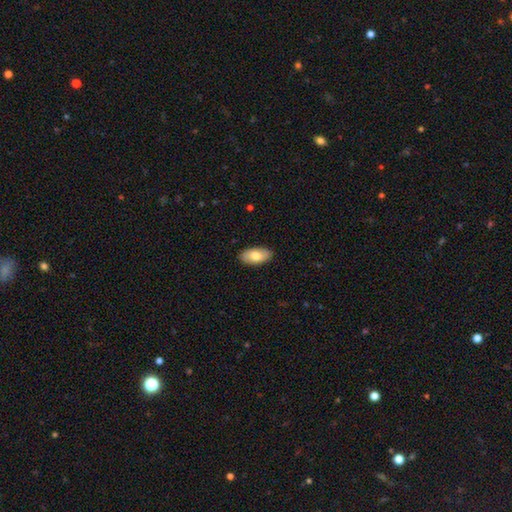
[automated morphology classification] Smooth or featured? smooth (78%)
How rounded? in between (93%)
Merging? none (89%)